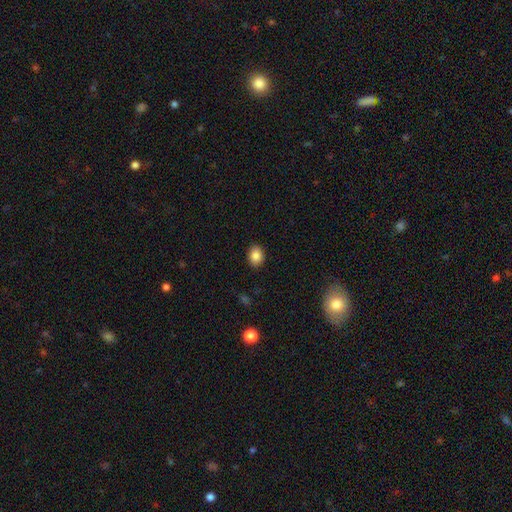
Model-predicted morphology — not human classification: This appears to be a smooth galaxy with no disk features (87%) that is in between round and cigar-shaped (59%). Merging: none (88%).